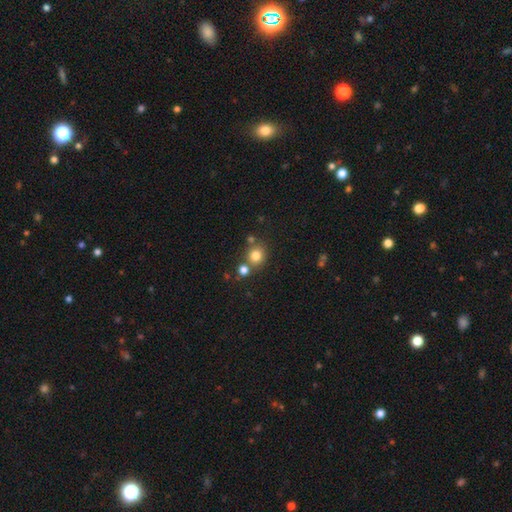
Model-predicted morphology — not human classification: Smooth or featured: smooth — 79% (star or artifact — 13%)
How rounded: round — 84% (in between — 15%)
Merging: none — 67% (merger — 20%)